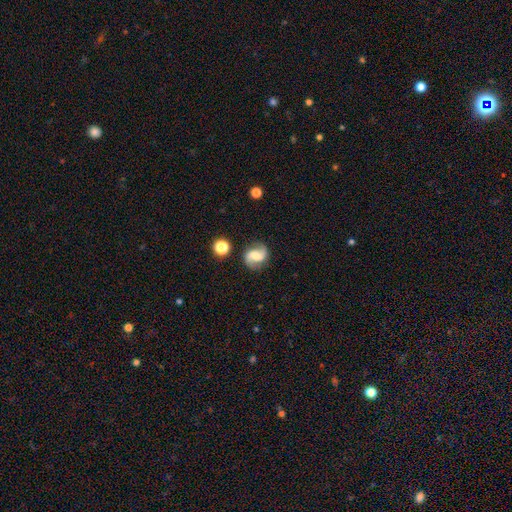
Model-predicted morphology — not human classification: Smooth or featured? Predicted: featured or disk (p=0.74). Edge-on disk? Predicted: no (p=0.98). Bar? Predicted: weak (p=0.44). Spiral arms? Predicted: yes (p=0.95). Spiral winding? Predicted: loose (p=0.46). Spiral arm count? Predicted: 2 (p=0.92). Bulge size? Predicted: moderate (p=0.44). Merging? Predicted: none (p=0.82).